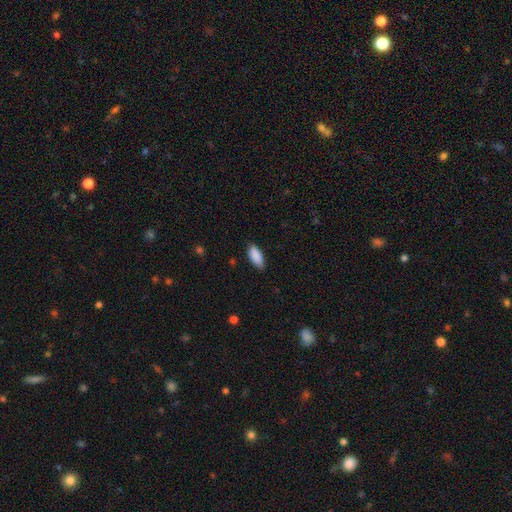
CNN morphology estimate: The model was most divided on "merging": none: 83%, minor disturbance: 13%, major disturbance: 2%, merger: 1%. More confident: smooth or featured — smooth (89%); how rounded — in between (84%).